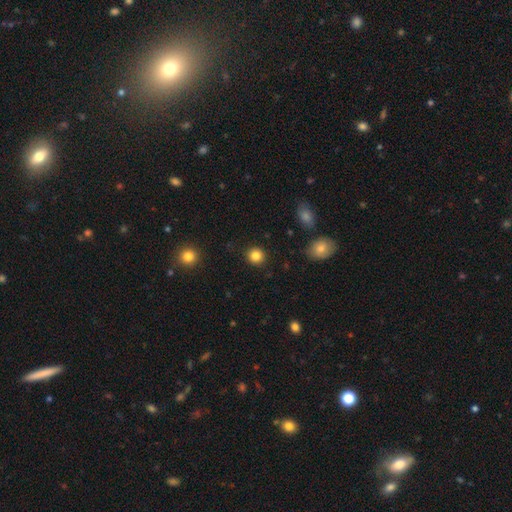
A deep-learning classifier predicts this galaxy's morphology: A smooth galaxy with no disk features (84%) that is round (93%). Merging: none (91%).